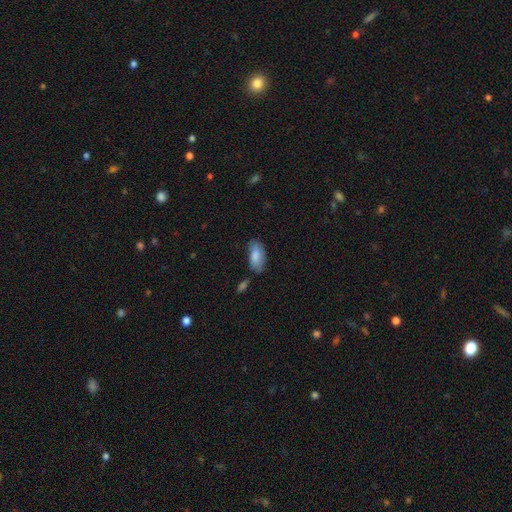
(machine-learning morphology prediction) Smooth or featured? smooth (81%)
How rounded? in between (91%)
Merging? none (64%)